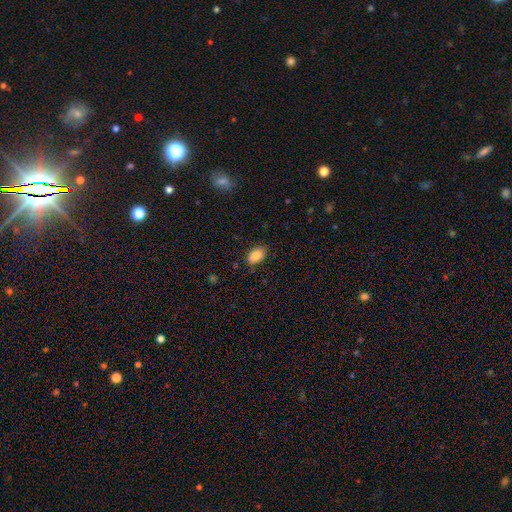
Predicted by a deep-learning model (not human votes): smooth_or_featured: smooth (p=0.87) [alt: star or artifact p=0.08]
how_rounded: in between (p=0.90) [alt: round p=0.09]
merging: none (p=0.81) [alt: minor disturbance p=0.15]